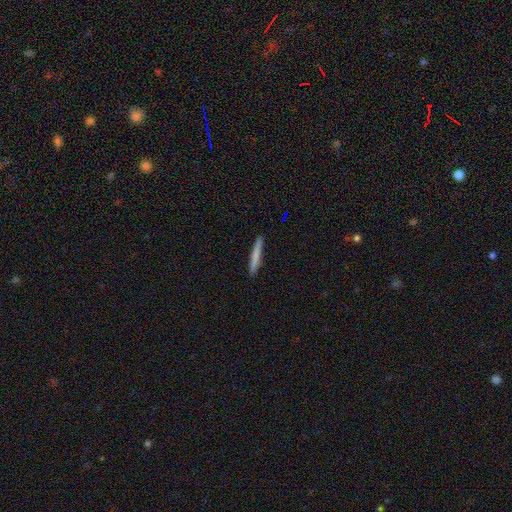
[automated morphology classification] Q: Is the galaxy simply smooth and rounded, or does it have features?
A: smooth — 74%.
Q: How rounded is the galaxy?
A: cigar-shaped — 96%.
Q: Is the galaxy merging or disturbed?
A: none — 91%.